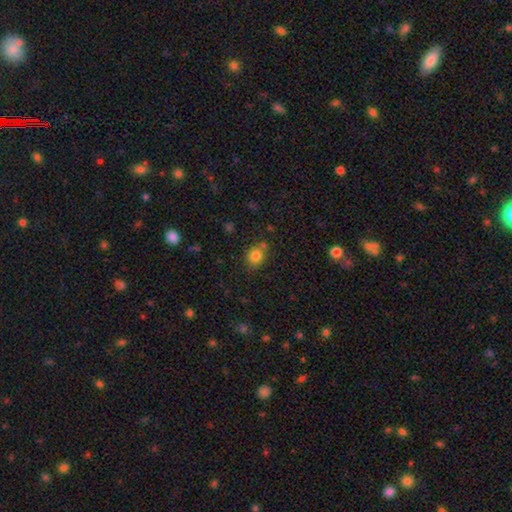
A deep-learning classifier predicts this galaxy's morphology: Overall: smooth (81%). How rounded: round (65%; in between 34%). Merging: none (70%).